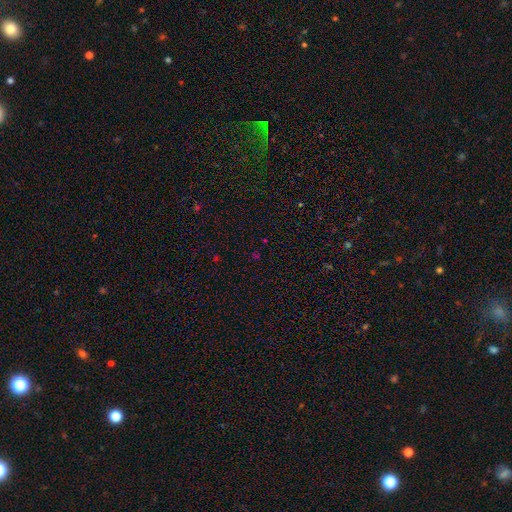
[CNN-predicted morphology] This appears to be a star or artifact, not a galaxy (62%).